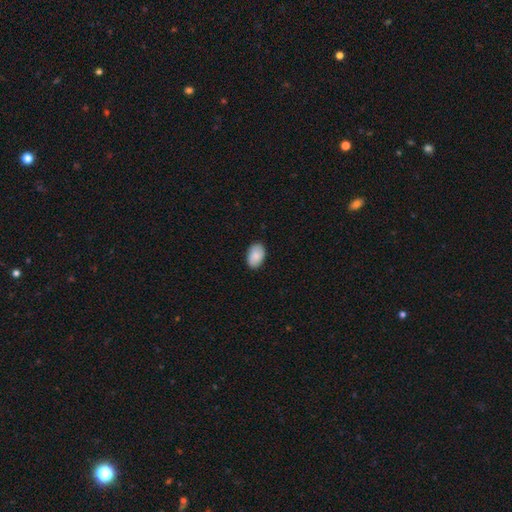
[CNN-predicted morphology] Q: Smooth or featured?
A: smooth (86%); runner-up: featured or disk (8%)
Q: How rounded?
A: in between (90%); runner-up: round (9%)
Q: Merging?
A: none (87%); runner-up: minor disturbance (10%)